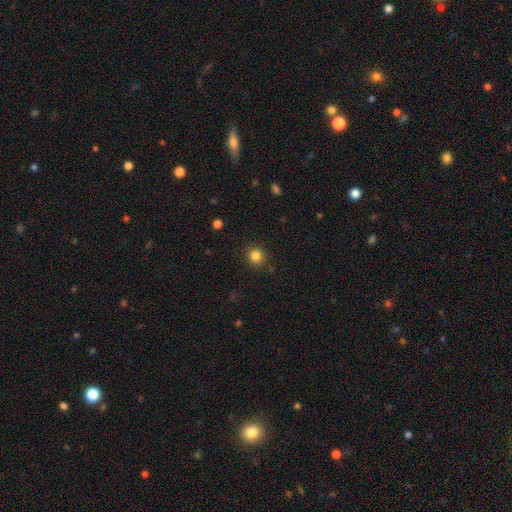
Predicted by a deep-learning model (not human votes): Smooth or featured? Predicted: smooth (p=0.83). How rounded? Predicted: round (p=0.91). Merging? Predicted: none (p=0.90).